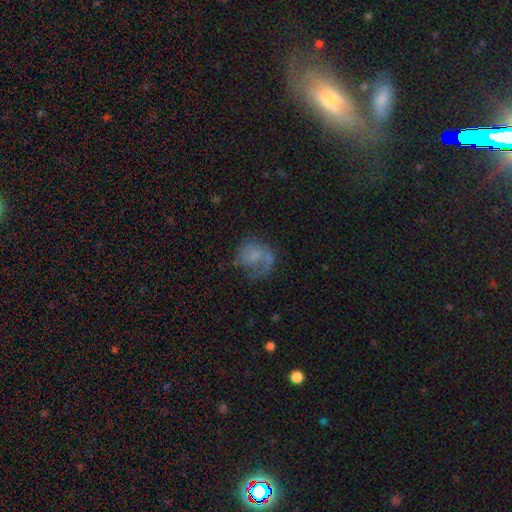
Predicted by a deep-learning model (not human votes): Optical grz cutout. It shows a featured or disk galaxy (51%). Merging: none (41%).